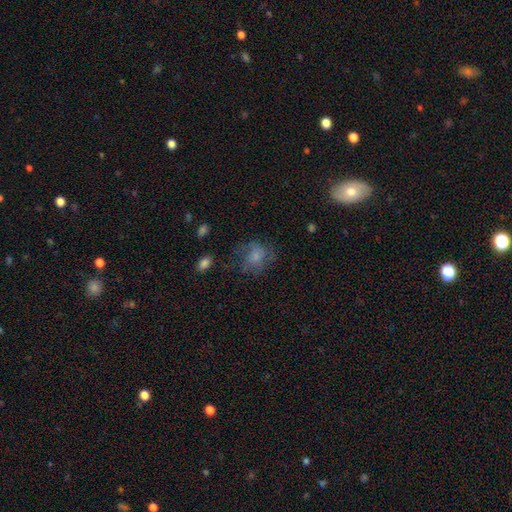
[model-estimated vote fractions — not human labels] This appears to be a smooth galaxy with no disk features (62%) that is round (64%). Merging: none (51%).